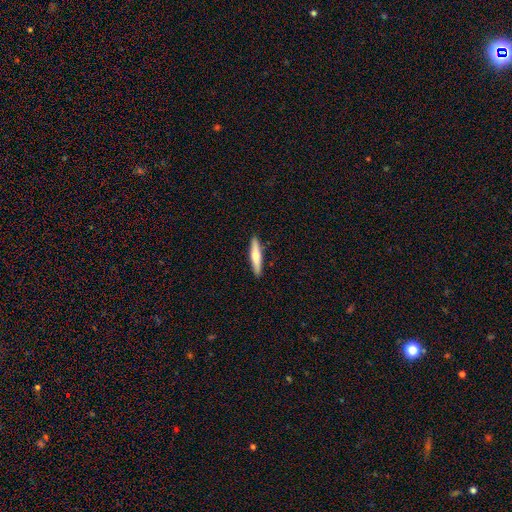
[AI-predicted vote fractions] Smooth or featured? smooth (54%)
How rounded? cigar-shaped (87%)
Merging? none (91%)